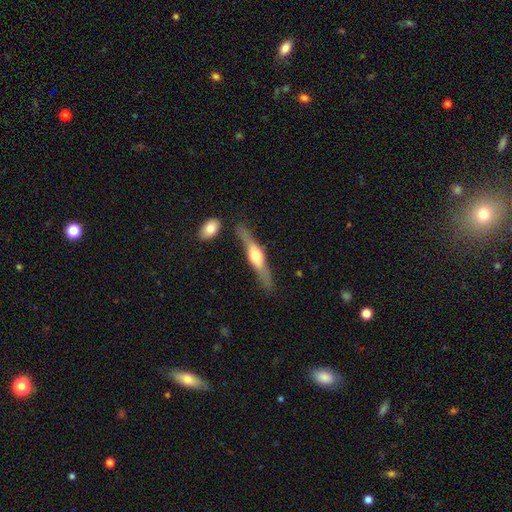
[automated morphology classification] smooth-or-featured: featured or disk: 68% | smooth: 27% | star or artifact: 5%
  disk-edge-on: yes: 95% | no: 5%
    edge-on-bulge: rounded: 90% | boxy: 8% | none: 3%
  merging: none: 78% | minor disturbance: 13% | merger: 5% | major disturbance: 4%